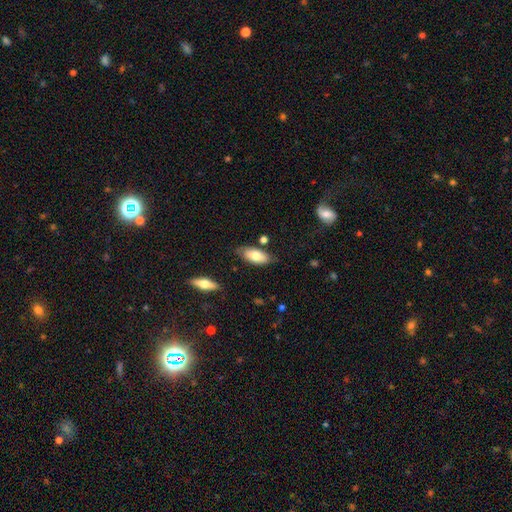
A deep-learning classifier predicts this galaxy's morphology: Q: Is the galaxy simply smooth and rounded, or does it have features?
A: smooth — 74%.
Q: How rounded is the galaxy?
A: in between — 88%.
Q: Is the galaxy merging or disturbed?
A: none — 75%.